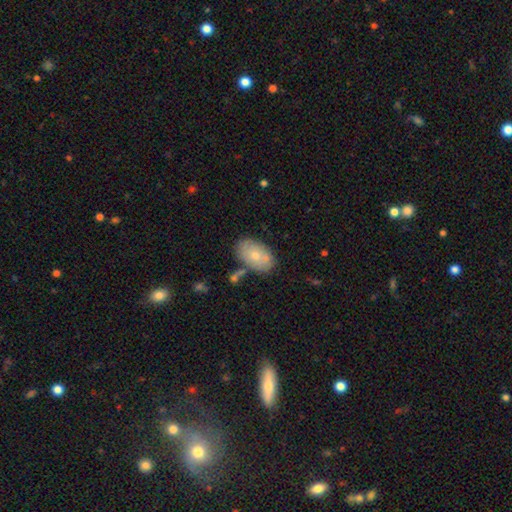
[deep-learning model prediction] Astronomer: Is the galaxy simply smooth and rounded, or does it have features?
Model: smooth — 70%.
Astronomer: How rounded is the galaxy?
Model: in between — 91%.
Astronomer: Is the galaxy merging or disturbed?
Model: none — 70%.